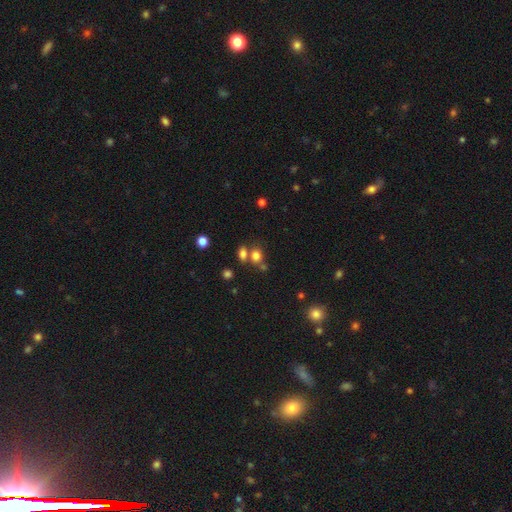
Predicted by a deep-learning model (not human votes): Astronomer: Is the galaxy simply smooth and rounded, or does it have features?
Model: smooth — 76%.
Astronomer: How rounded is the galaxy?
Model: in between — 50% (runner-up: round, 48%).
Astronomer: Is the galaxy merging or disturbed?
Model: none — 52% (runner-up: merger, 32%).